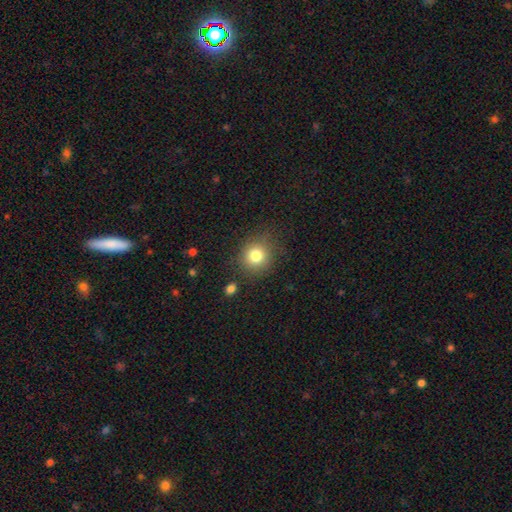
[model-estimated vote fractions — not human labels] Morphology: type=smooth (80%); roundness=round (87%); merging=none (83%).